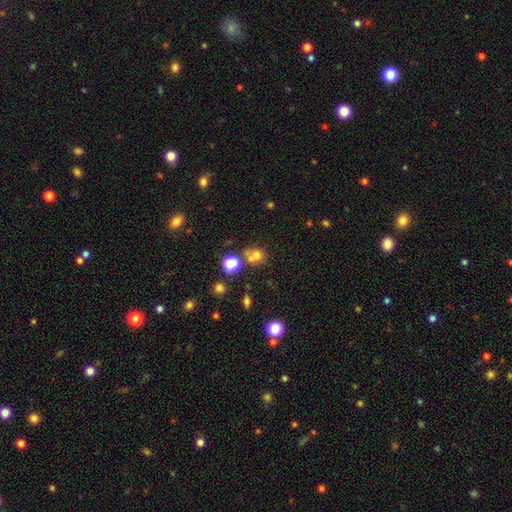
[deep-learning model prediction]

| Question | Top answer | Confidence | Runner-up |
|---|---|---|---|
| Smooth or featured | smooth | 66% | star or artifact (21%) |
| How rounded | round | 77% | in between (22%) |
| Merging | none | 45% | merger (41%) |